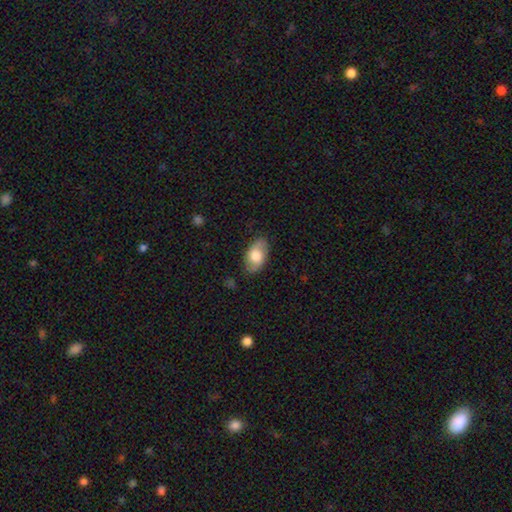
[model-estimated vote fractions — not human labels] Smooth or featured: smooth — 65% (featured or disk — 28%)
How rounded: in between — 92% (round — 6%)
Merging: none — 80% (minor disturbance — 15%)